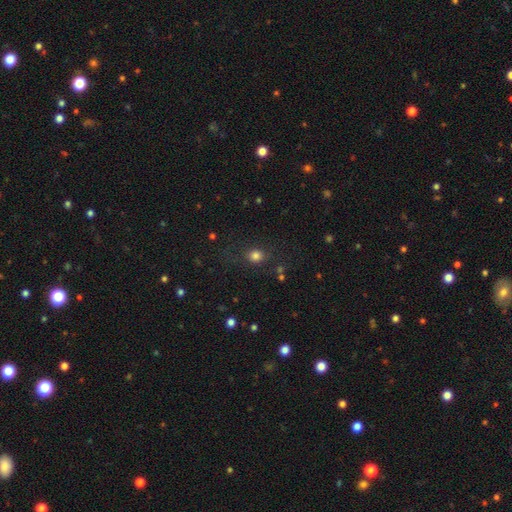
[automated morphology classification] Overall: smooth (80%). How rounded: round (69%; in between 29%). Merging: none (77%).